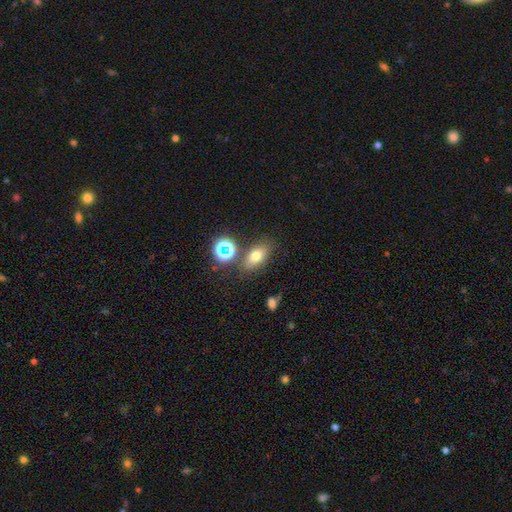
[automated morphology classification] smooth-or-featured: smooth: 69% | star or artifact: 16% | featured or disk: 15%
  how-rounded: in between: 75% | round: 17% | cigar-shaped: 8%
  merging: none: 76% | minor disturbance: 12% | merger: 8% | major disturbance: 4%